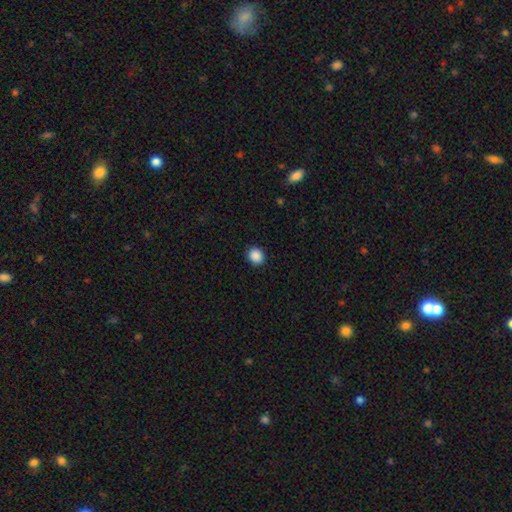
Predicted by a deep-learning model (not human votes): Q: Smooth or featured?
A: smooth (89%); runner-up: star or artifact (9%)
Q: How rounded?
A: round (72%); runner-up: in between (27%)
Q: Merging?
A: none (91%); runner-up: minor disturbance (6%)